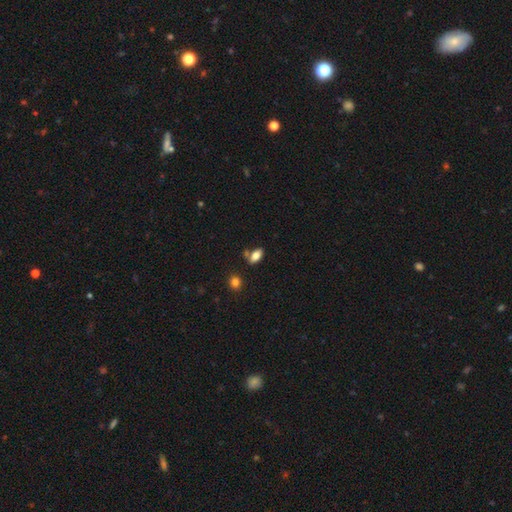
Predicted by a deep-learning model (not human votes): Q: Smooth or featured?
A: smooth (79%); runner-up: featured or disk (13%)
Q: How rounded?
A: in between (89%); runner-up: cigar-shaped (7%)
Q: Merging?
A: none (68%); runner-up: minor disturbance (15%)